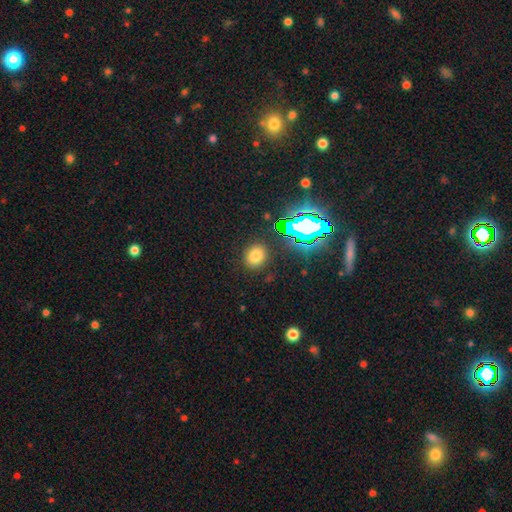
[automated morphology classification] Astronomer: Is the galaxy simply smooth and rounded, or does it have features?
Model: smooth — 72%.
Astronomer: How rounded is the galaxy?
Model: round — 60% (runner-up: in between, 39%).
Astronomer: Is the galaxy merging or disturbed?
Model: none — 87%.